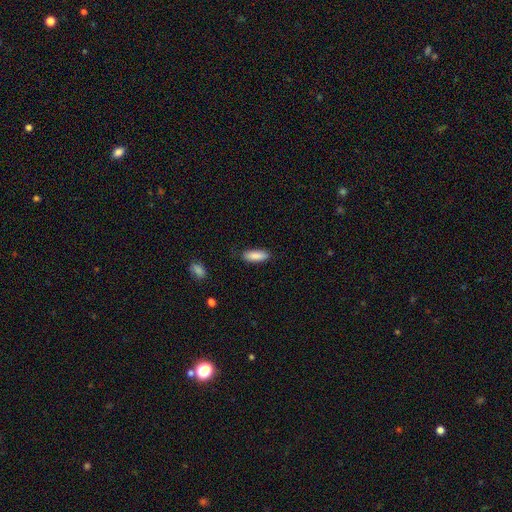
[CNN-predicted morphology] smooth-or-featured: smooth: 88% | star or artifact: 6% | featured or disk: 5%
  how-rounded: in between: 66% | cigar-shaped: 33% | round: 2%
  merging: none: 84% | minor disturbance: 13% | major disturbance: 3% | merger: 1%